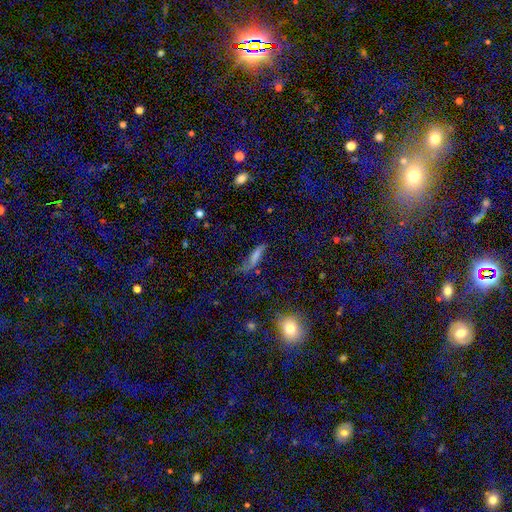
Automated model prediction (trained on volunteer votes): smooth-or-featured: smooth: 49% | featured or disk: 34% | star or artifact: 17%
  merging: none: 55% | minor disturbance: 23% | major disturbance: 17% | merger: 5%